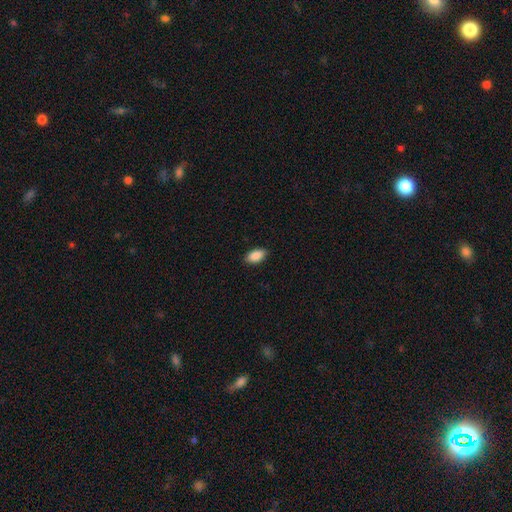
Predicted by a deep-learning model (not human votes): Smooth or featured?
  - smooth: 90% *
  - star or artifact: 7%
  - featured or disk: 4%
How rounded?
  - in between: 94% *
  - round: 3%
  - cigar-shaped: 3%
Merging?
  - none: 88% *
  - minor disturbance: 9%
  - major disturbance: 2%
  - merger: 1%